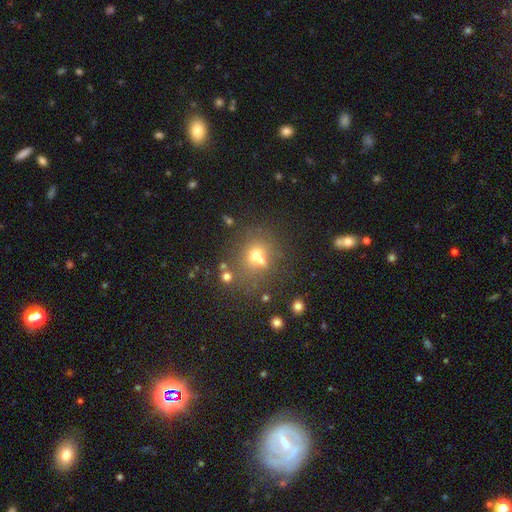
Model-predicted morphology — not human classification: smooth-or-featured: smooth: 57% | star or artifact: 22% | featured or disk: 20%
  how-rounded: round: 73% | in between: 25% | cigar-shaped: 1%
  merging: none: 49% | merger: 32% | minor disturbance: 11% | major disturbance: 7%